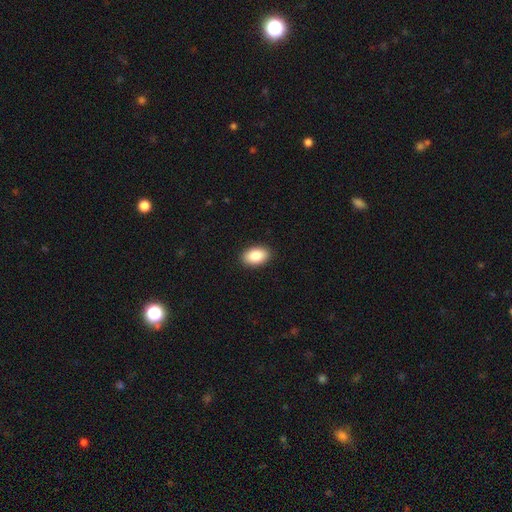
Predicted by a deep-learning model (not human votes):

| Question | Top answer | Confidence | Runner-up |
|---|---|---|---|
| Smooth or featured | smooth | 87% | star or artifact (7%) |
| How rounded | in between | 92% | round (7%) |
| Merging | none | 91% | minor disturbance (7%) |